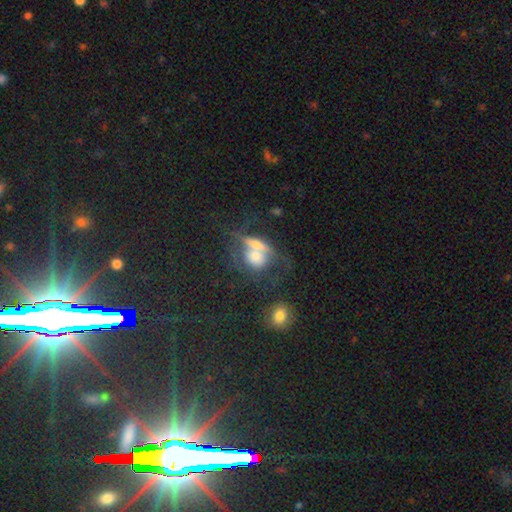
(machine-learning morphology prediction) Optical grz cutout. It shows a smooth galaxy with no disk features (55%) that is round (48%). Merging: merger (54%).